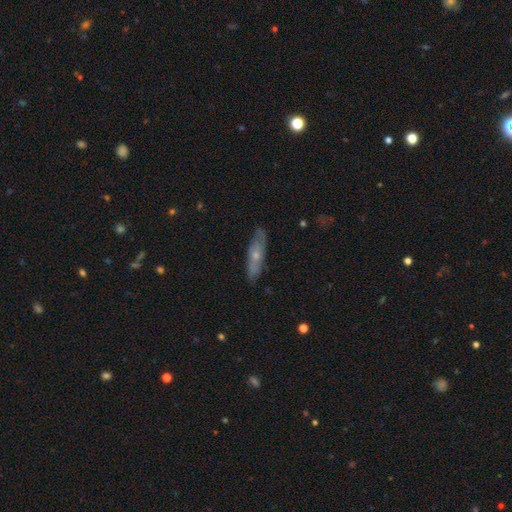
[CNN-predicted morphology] featured or disk 57%, smooth 37%, star or artifact 7%. Down the decision tree: edge-on disk — no (52%); merging — none (80%).